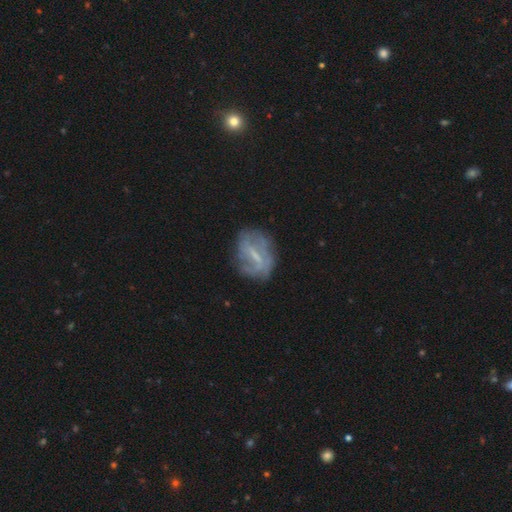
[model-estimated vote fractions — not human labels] Overall: featured or disk (64%; smooth 26%). Edge-on disk: no (95%). Bar: weak (48%; strong 36%). Spiral arms: yes (57%; no 43%). Bulge size: small (47%; none 26%). Merging: none (63%; minor disturbance 23%).